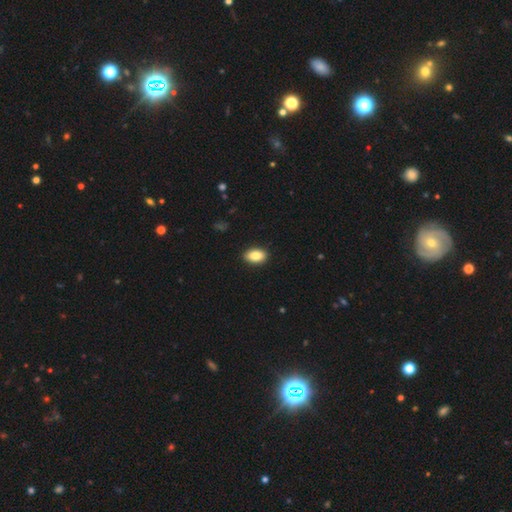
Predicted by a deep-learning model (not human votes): A smooth galaxy with no disk features (87%) that is in between round and cigar-shaped (90%).

Vote fractions:
- Smooth or featured? smooth: 87% / star or artifact: 7% / featured or disk: 5%
- How rounded? in between: 90% / round: 8% / cigar-shaped: 2%
- Merging? none: 90% / minor disturbance: 7% / major disturbance: 2% / merger: 1%